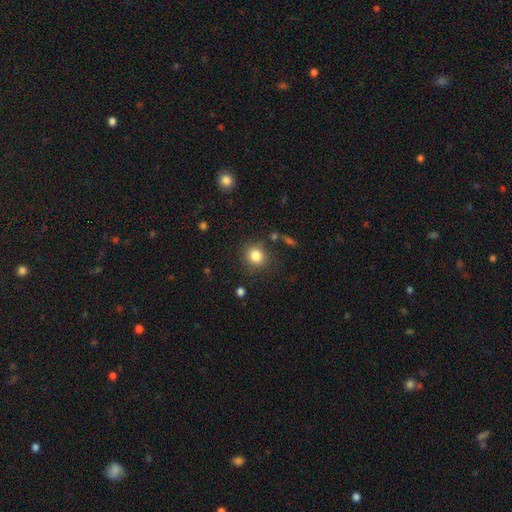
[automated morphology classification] smooth-or-featured: smooth: 83% | star or artifact: 11% | featured or disk: 6%
  how-rounded: round: 82% | in between: 17% | cigar-shaped: 1%
  merging: none: 83% | minor disturbance: 11% | major disturbance: 4% | merger: 3%